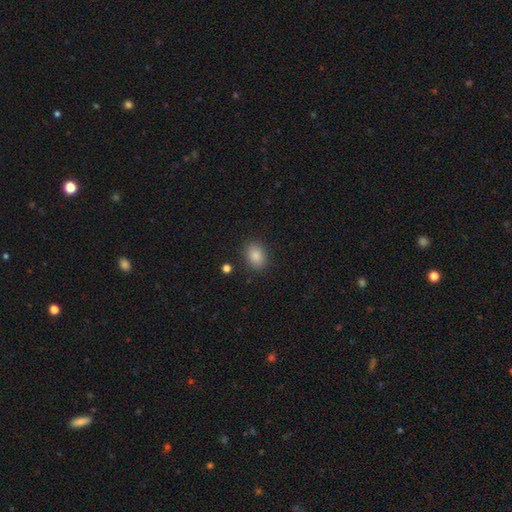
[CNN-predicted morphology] The model was most divided on "how rounded": in between: 68%, round: 31%, cigar-shaped: 1%. More confident: merging — none (86%); smooth or featured — smooth (86%).